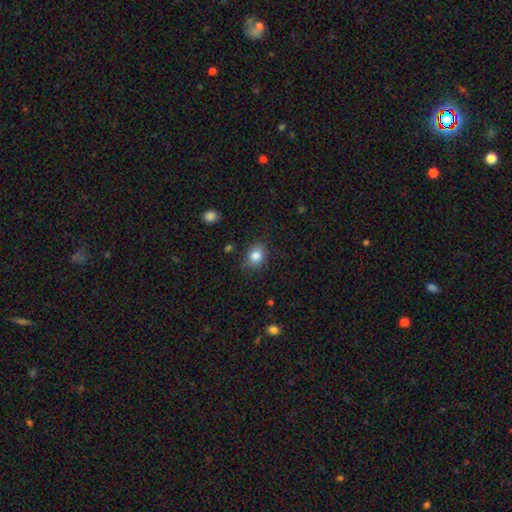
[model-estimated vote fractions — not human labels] A smooth galaxy with no disk features (85%) that is round (51%). Merging: none (79%).